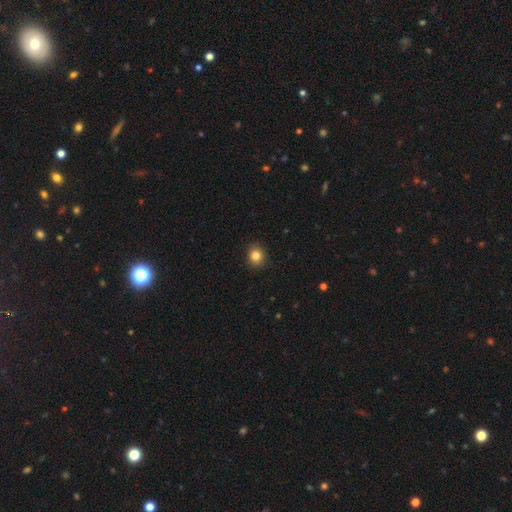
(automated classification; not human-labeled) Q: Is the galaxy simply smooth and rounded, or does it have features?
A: smooth — 83%.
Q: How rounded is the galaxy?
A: round — 83%.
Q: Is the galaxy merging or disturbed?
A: none — 91%.